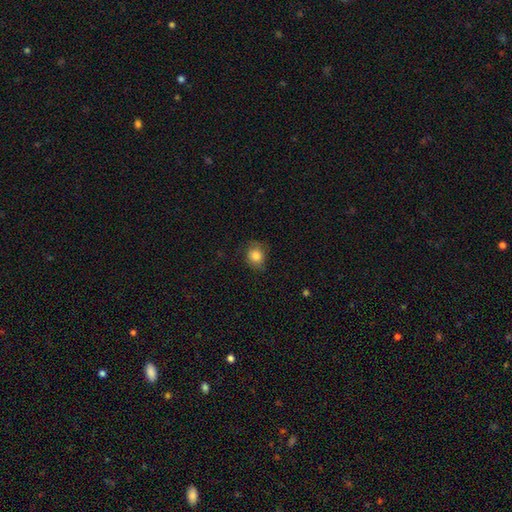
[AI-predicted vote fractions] Overall: smooth (83%). How rounded: round (73%). Merging: none (75%).